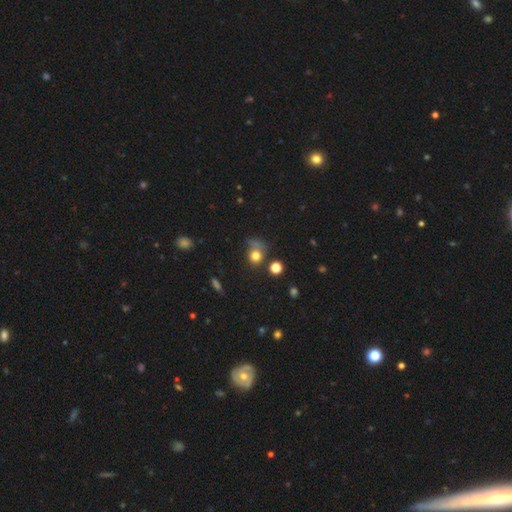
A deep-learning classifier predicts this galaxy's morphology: Smooth or featured: smooth — 75% (star or artifact — 15%)
How rounded: round — 77% (in between — 21%)
Merging: none — 48% (minor disturbance — 21%)